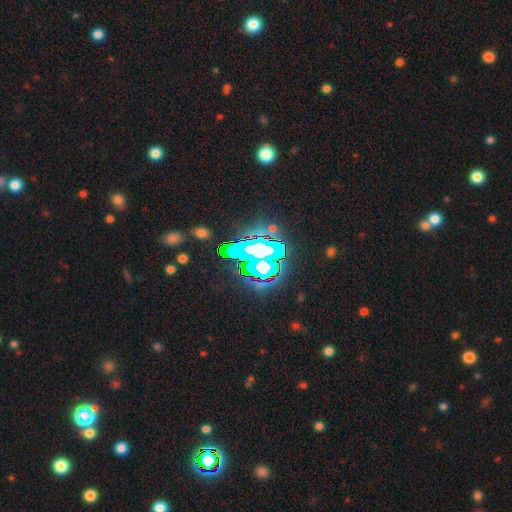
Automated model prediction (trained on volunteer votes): smooth_or_featured: star or artifact (p=0.69) [alt: featured or disk p=0.18]